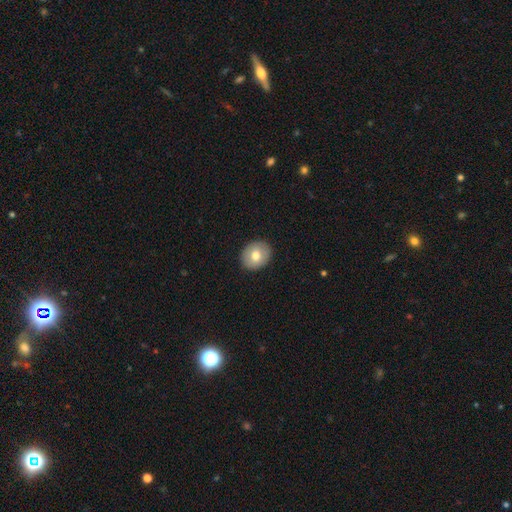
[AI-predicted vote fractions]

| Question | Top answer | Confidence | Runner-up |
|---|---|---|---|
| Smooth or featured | smooth | 73% | featured or disk (20%) |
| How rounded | round | 66% | in between (33%) |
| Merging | none | 90% | minor disturbance (7%) |